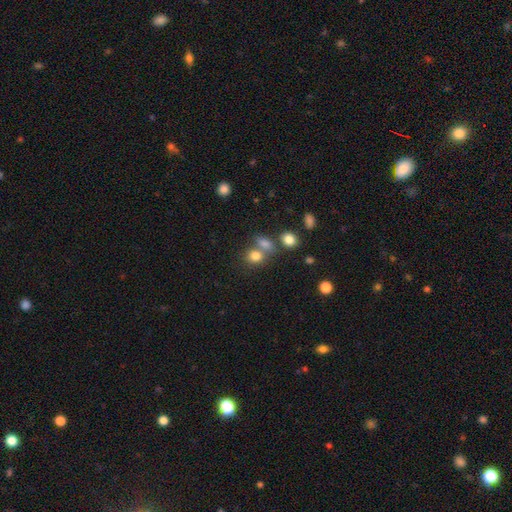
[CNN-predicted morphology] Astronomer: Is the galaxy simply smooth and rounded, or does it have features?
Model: smooth — 78%.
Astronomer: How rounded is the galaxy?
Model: round — 62% (runner-up: in between, 37%).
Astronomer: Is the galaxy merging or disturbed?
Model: none — 49% (runner-up: merger, 36%).